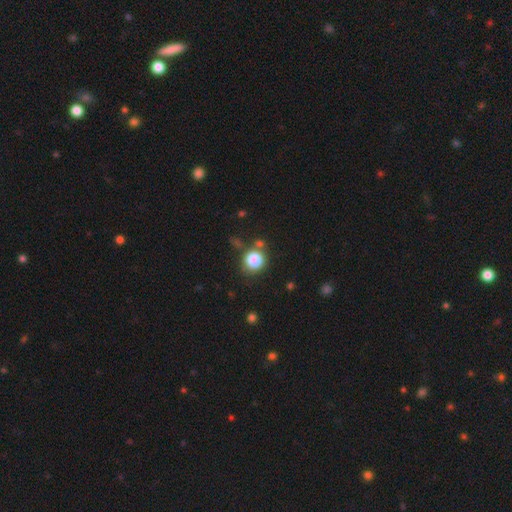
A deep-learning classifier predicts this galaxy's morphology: Overall: smooth (74%). How rounded: round (89%). Merging: none (81%).